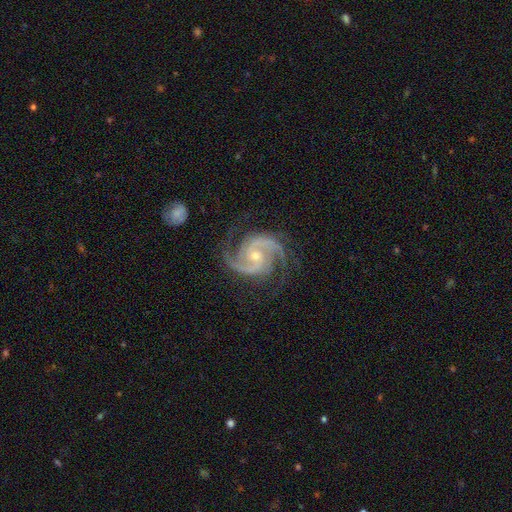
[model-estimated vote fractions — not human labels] Smooth or featured?
  - featured or disk: 94% *
  - star or artifact: 4%
  - smooth: 2%
Edge-on disk?
  - no: 98% *
  - yes: 2%
Bar?
  - no: 57% *
  - weak: 32%
  - strong: 11%
Spiral arms?
  - yes: 99% *
  - no: 1%
Spiral winding?
  - medium: 57% *
  - tight: 33%
  - loose: 9%
Spiral arm count?
  - 2: 61% *
  - 3: 26%
  - 4: 4%
  - can't tell: 4%
  - 1: 3%
  - more than 4: 3%
Bulge size?
  - small: 54% *
  - moderate: 43%
  - large: 1%
  - none: 1%
  - dominant: 1%
Merging?
  - none: 76% *
  - minor disturbance: 16%
  - major disturbance: 6%
  - merger: 1%